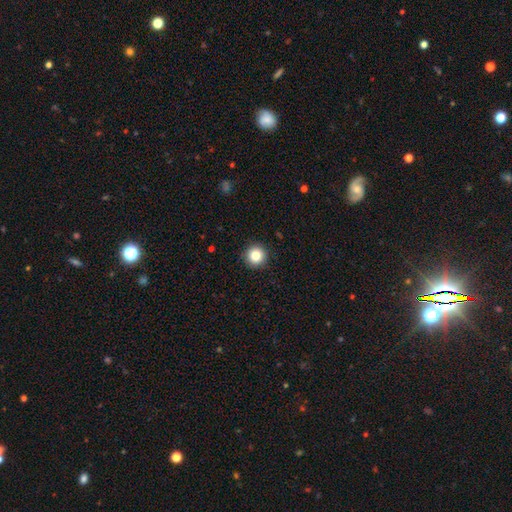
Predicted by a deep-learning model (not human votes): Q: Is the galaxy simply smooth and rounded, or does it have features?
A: smooth — 85%.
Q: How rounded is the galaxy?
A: round — 96%.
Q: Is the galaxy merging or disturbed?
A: none — 92%.